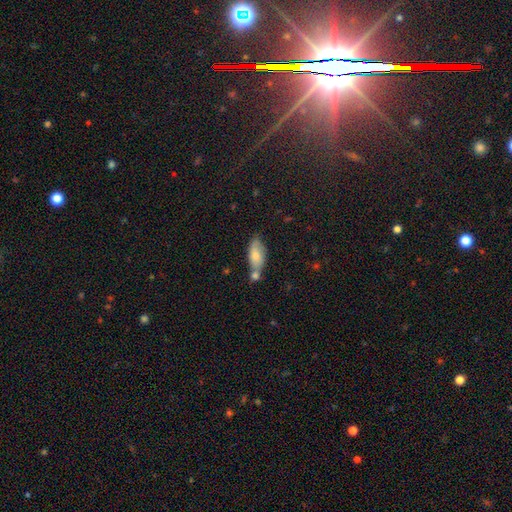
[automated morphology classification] A smooth galaxy with no disk features (72%) that is in between round and cigar-shaped (84%). Merging: none (42%).